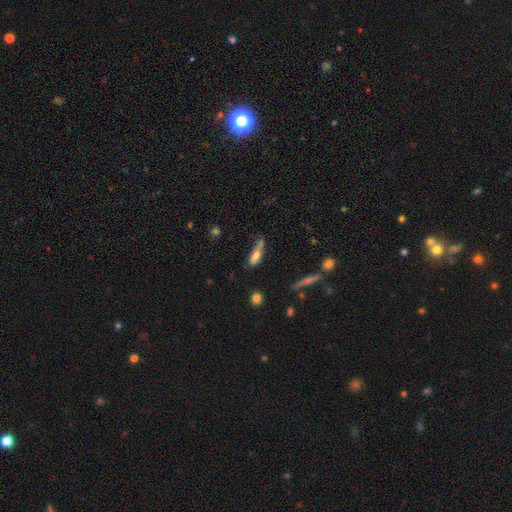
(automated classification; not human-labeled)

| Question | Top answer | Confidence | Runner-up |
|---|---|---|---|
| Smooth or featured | smooth | 68% | featured or disk (24%) |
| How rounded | cigar-shaped | 54% | in between (43%) |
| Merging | none | 38% | minor disturbance (32%) |